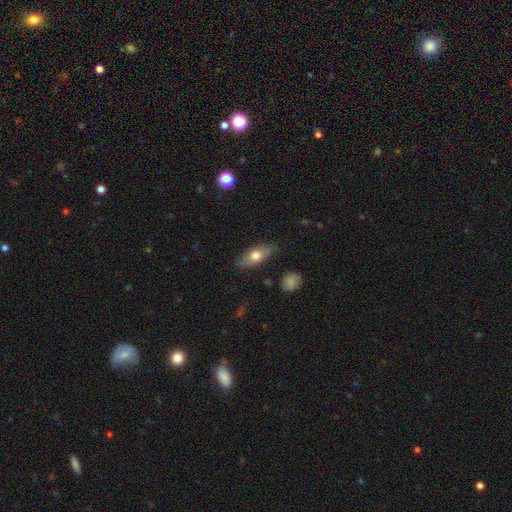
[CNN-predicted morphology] A smooth galaxy with no disk features (66%) that is in between round and cigar-shaped (78%).

Vote fractions:
- Smooth or featured? smooth: 66% / featured or disk: 27% / star or artifact: 6%
- How rounded? in between: 78% / cigar-shaped: 18% / round: 4%
- Merging? none: 83% / minor disturbance: 13% / major disturbance: 3% / merger: 2%